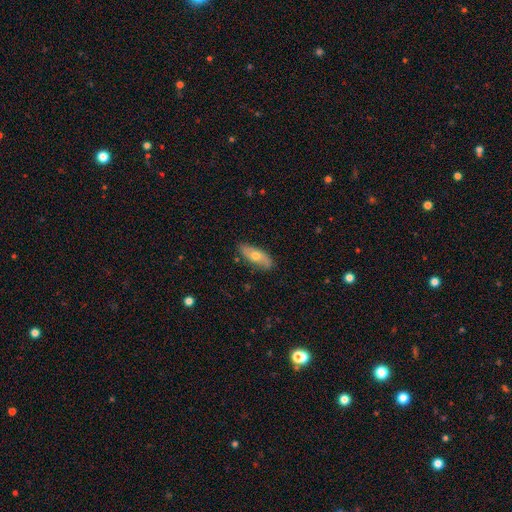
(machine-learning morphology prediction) Smooth or featured? smooth (58%)
How rounded? in between (72%)
Merging? none (83%)